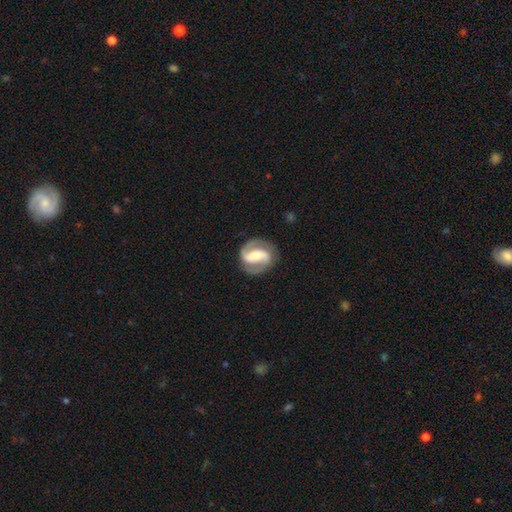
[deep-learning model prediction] Q: Smooth or featured?
A: featured or disk (87%); runner-up: smooth (8%)
Q: Edge-on disk?
A: no (98%); runner-up: yes (2%)
Q: Bar?
A: strong (52%); runner-up: weak (33%)
Q: Spiral arms?
A: yes (97%); runner-up: no (3%)
Q: Spiral winding?
A: medium (53%); runner-up: tight (33%)
Q: Spiral arm count?
A: 2 (93%); runner-up: can't tell (2%)
Q: Bulge size?
A: moderate (35%); runner-up: large (26%)
Q: Merging?
A: none (82%); runner-up: minor disturbance (12%)